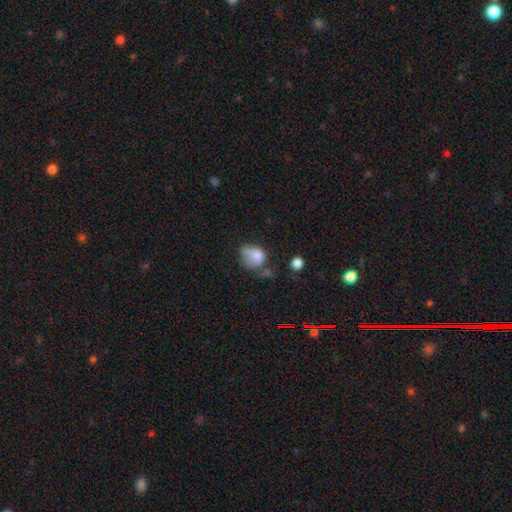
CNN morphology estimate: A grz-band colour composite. It shows a smooth galaxy with no disk features (73%) that is in between round and cigar-shaped (52%). Merging: minor disturbance (31%).